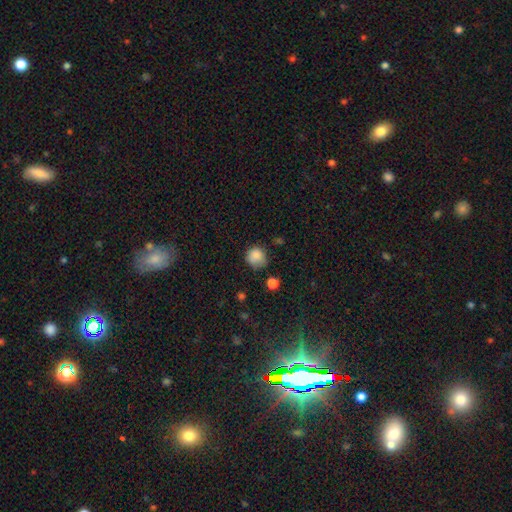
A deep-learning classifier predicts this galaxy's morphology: smooth-or-featured: smooth: 84% | star or artifact: 10% | featured or disk: 5%
  how-rounded: round: 84% | in between: 15% | cigar-shaped: 1%
  merging: none: 58% | minor disturbance: 30% | major disturbance: 8% | merger: 4%